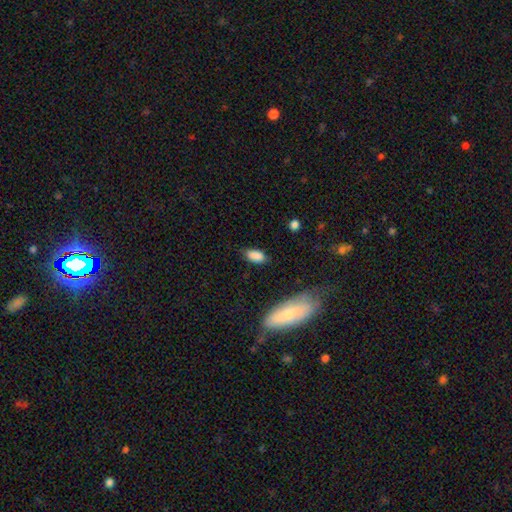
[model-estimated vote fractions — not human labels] Smooth or featured?
  - smooth: 86% *
  - star or artifact: 8%
  - featured or disk: 7%
How rounded?
  - in between: 87% *
  - cigar-shaped: 9%
  - round: 4%
Merging?
  - none: 72% *
  - minor disturbance: 20%
  - major disturbance: 5%
  - merger: 3%